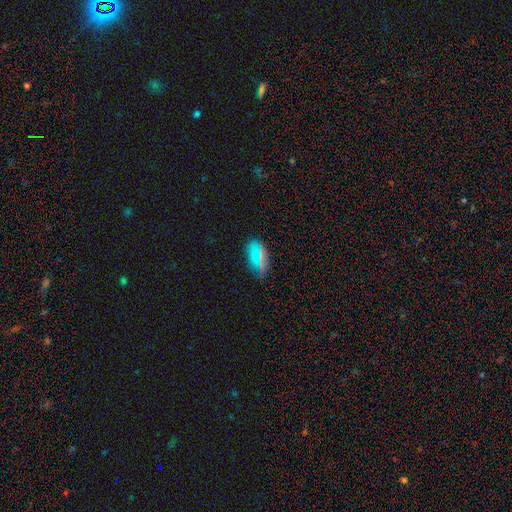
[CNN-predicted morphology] Smooth or featured: smooth — 69% (star or artifact — 21%)
How rounded: in between — 90% (round — 5%)
Merging: none — 81% (minor disturbance — 13%)